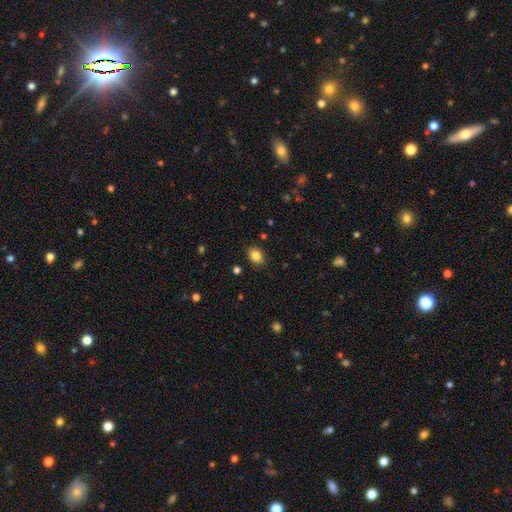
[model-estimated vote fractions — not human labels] The model was most divided on "how rounded": in between: 63%, round: 36%, cigar-shaped: 1%. More confident: merging — none (86%); smooth or featured — smooth (85%).